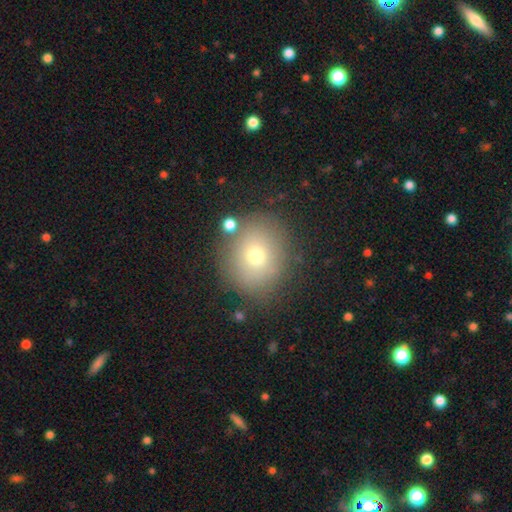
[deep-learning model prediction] smooth-or-featured: smooth: 69% | featured or disk: 16% | star or artifact: 15%
  how-rounded: round: 78% | in between: 21% | cigar-shaped: 1%
  merging: none: 81% | minor disturbance: 11% | major disturbance: 4% | merger: 4%